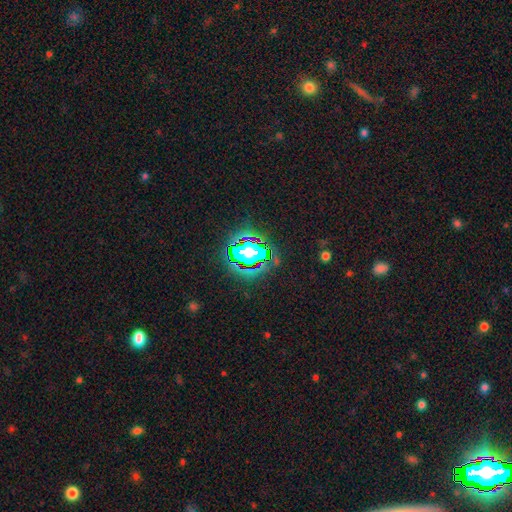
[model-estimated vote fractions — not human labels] The model was most divided on "smooth or featured": star or artifact: 79%, smooth: 13%, featured or disk: 8%.